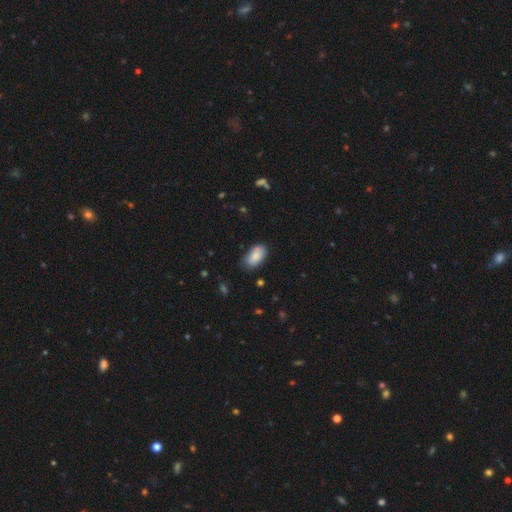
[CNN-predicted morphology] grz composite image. It shows a smooth galaxy with no disk features (83%) that is in between round and cigar-shaped (94%). Merging: none (70%).